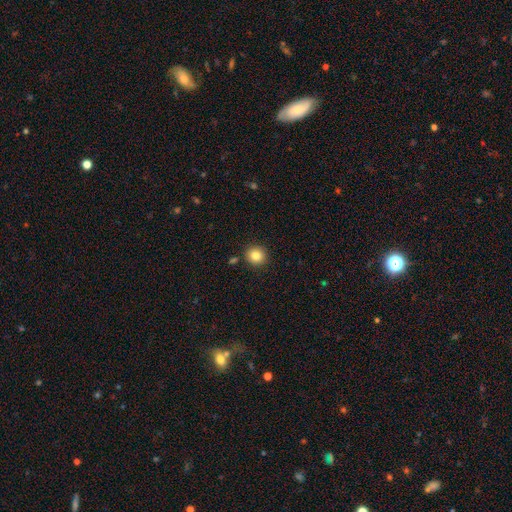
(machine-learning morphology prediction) Smooth or featured: smooth — 83% (star or artifact — 10%)
How rounded: round — 90% (in between — 9%)
Merging: none — 88% (minor disturbance — 7%)